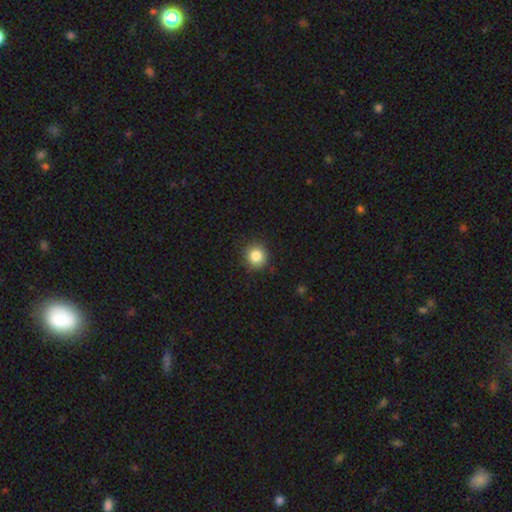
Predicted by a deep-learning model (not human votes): Overall: smooth (85%). How rounded: round (92%). Merging: none (90%).